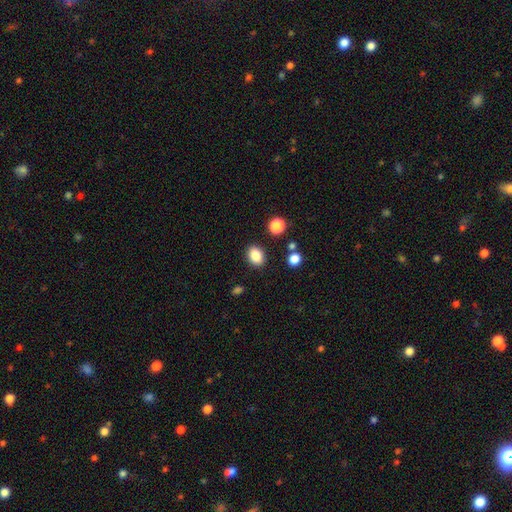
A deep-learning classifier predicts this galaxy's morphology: smooth 86%, star or artifact 10%, featured or disk 5%. Down the decision tree: how rounded — in between (67%); merging — none (86%).